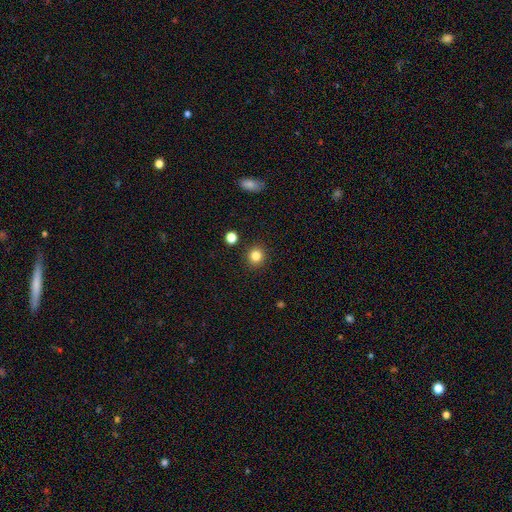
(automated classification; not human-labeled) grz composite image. It shows a smooth galaxy with no disk features (83%) that is round (90%). Merging: none (90%).